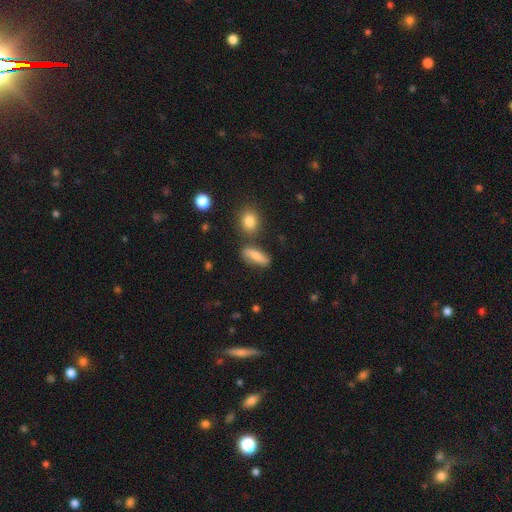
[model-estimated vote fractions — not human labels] Smooth or featured: smooth — 71% (featured or disk — 20%)
How rounded: in between — 53% (cigar-shaped — 41%)
Merging: none — 69% (minor disturbance — 17%)